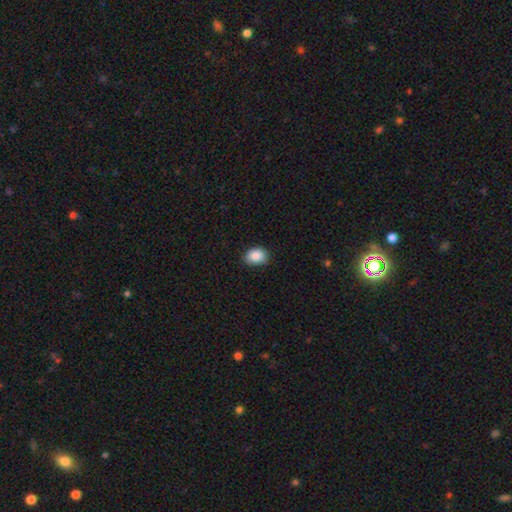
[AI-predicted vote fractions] Smooth or featured?
  - smooth: 87% *
  - star or artifact: 8%
  - featured or disk: 4%
How rounded?
  - in between: 60% *
  - round: 39%
  - cigar-shaped: 1%
Merging?
  - none: 79% *
  - minor disturbance: 18%
  - major disturbance: 2%
  - merger: 1%